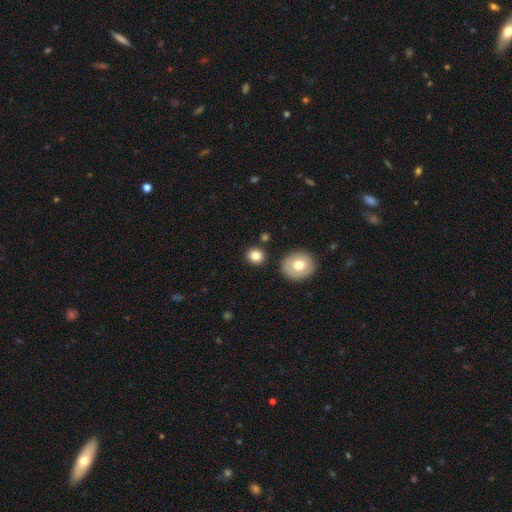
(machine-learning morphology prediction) Smooth or featured: smooth — 82% (star or artifact — 10%)
How rounded: round — 85% (in between — 14%)
Merging: none — 86% (minor disturbance — 7%)